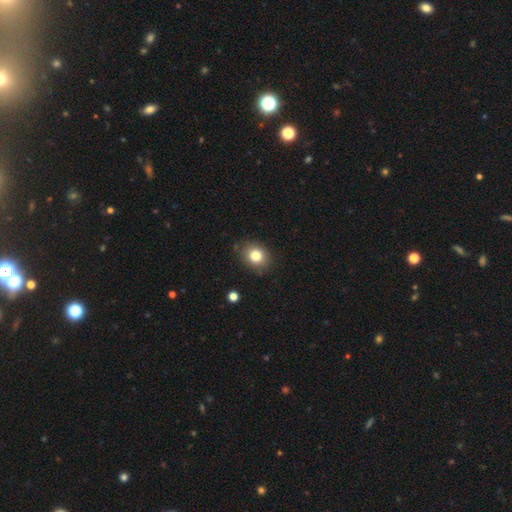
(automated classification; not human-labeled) smooth_or_featured: smooth (p=0.81) [alt: star or artifact p=0.11]
how_rounded: round (p=0.60) [alt: in between p=0.39]
merging: none (p=0.83) [alt: minor disturbance p=0.12]